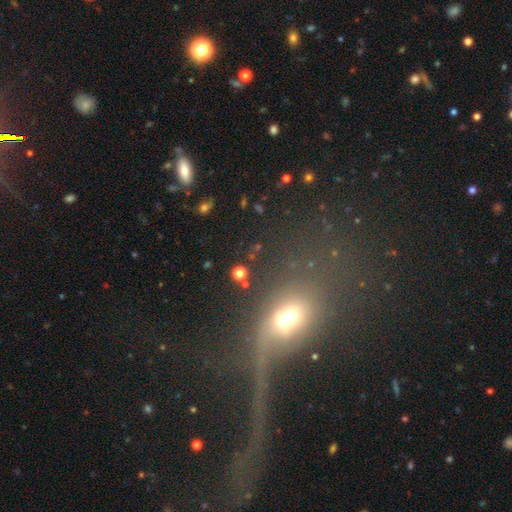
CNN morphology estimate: The model was most divided on "merging": major disturbance: 35%, none: 28%, merger: 23%, minor disturbance: 14%. Remaining: smooth or featured — smooth (41%).